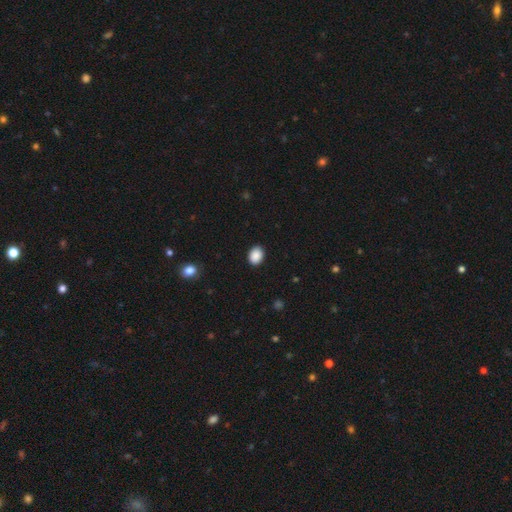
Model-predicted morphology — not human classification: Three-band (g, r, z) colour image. It shows a smooth galaxy with no disk features (90%) that is in between round and cigar-shaped (64%). Merging: none (90%).